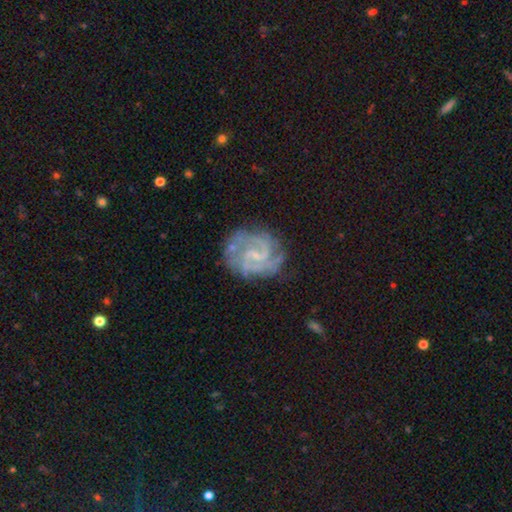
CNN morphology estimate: Smooth or featured? featured or disk (86%)
Edge-on disk? no (98%)
Bar? weak (55%)
Spiral arms? yes (95%)
Spiral winding? tight (46%)
Spiral arm count? 2 (50%)
Bulge size? small (61%)
Merging? none (70%)